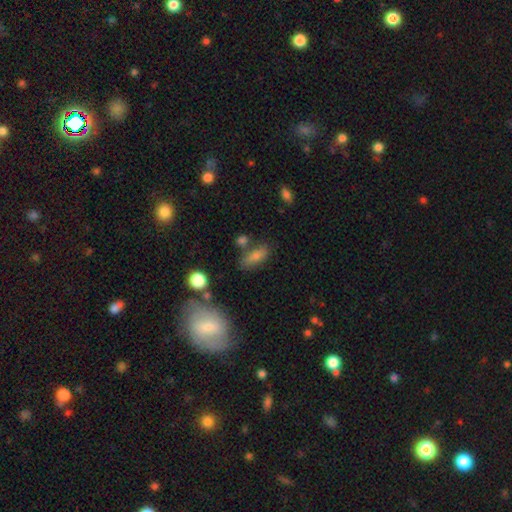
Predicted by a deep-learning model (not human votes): smooth_or_featured: smooth (p=0.67) [alt: featured or disk p=0.21]
how_rounded: in between (p=0.68) [alt: cigar-shaped p=0.24]
merging: none (p=0.70) [alt: minor disturbance p=0.16]